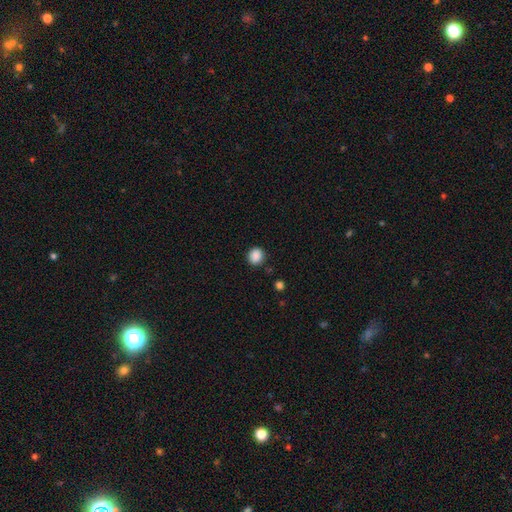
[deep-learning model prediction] smooth-or-featured: smooth: 88% | star or artifact: 9% | featured or disk: 3%
  how-rounded: round: 81% | in between: 18% | cigar-shaped: 1%
  merging: none: 85% | minor disturbance: 10% | major disturbance: 3% | merger: 2%